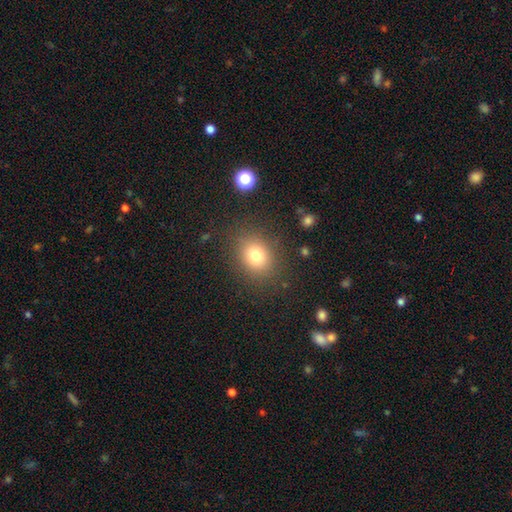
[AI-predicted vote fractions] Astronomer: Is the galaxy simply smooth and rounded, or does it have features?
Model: smooth — 77%.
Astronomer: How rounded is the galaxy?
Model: round — 59% (runner-up: in between, 40%).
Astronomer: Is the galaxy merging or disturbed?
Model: none — 84%.